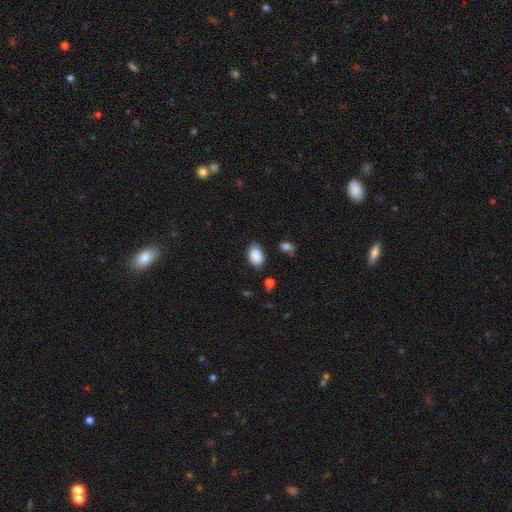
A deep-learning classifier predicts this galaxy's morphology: The model was most divided on "merging": none: 70%, minor disturbance: 23%, major disturbance: 4%, merger: 3%. More confident: how rounded — in between (90%); smooth or featured — smooth (87%).